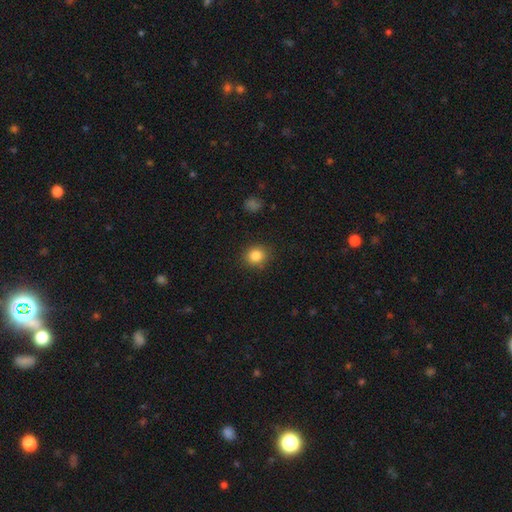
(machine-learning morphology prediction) Overall: smooth (84%). How rounded: round (84%). Merging: none (88%).